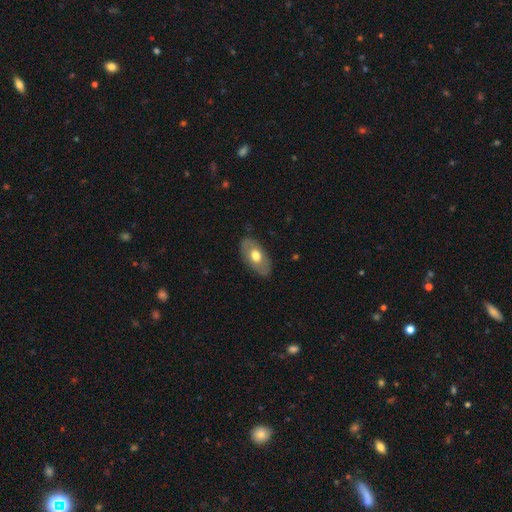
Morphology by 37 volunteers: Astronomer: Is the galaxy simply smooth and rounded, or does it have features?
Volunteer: smooth — 68%.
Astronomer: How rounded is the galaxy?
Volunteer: in between — 88%.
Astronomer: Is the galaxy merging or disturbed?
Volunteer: none — 78%.